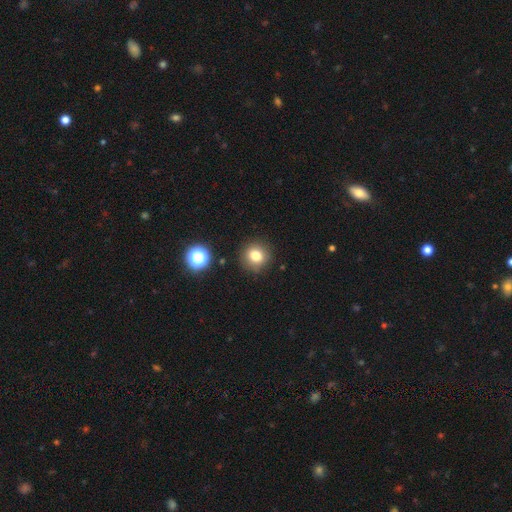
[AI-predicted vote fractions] Overall: smooth (79%). How rounded: round (88%). Merging: none (89%).